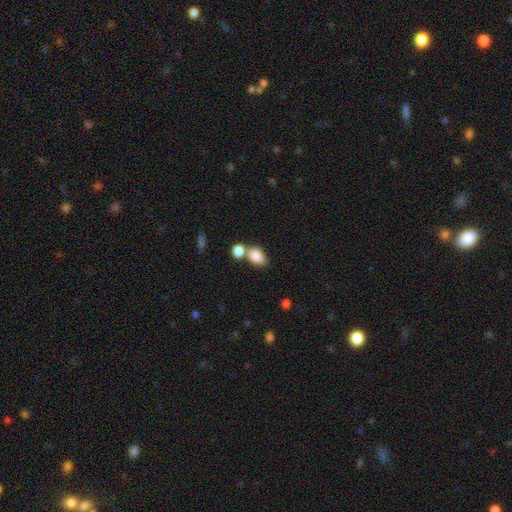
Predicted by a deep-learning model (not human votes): smooth-or-featured: smooth: 84% | star or artifact: 9% | featured or disk: 7%
  how-rounded: in between: 81% | round: 18% | cigar-shaped: 2%
  merging: none: 43% | merger: 41% | minor disturbance: 11% | major disturbance: 5%